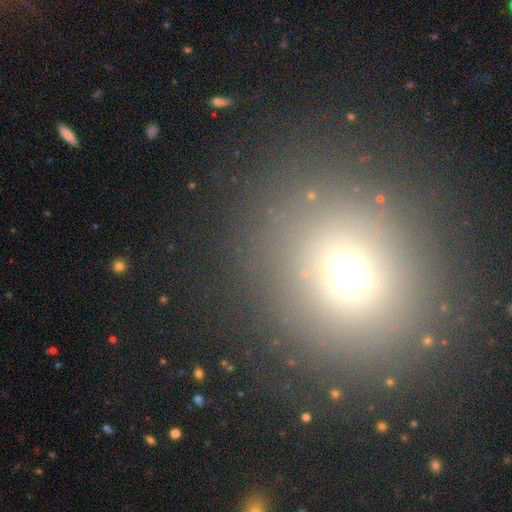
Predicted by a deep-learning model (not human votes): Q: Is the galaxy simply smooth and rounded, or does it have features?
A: smooth — 60%.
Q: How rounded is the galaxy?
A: round — 84%.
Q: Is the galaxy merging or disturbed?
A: none — 86%.